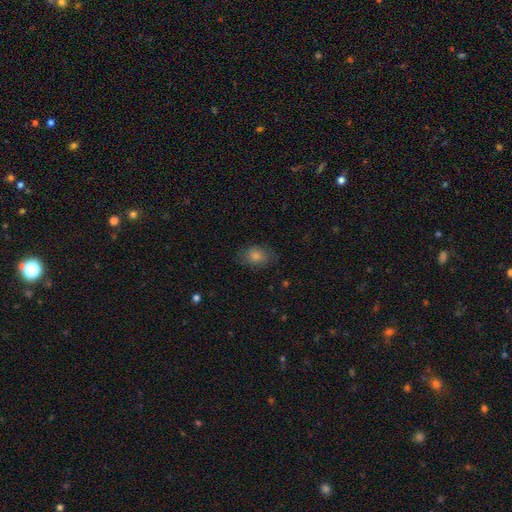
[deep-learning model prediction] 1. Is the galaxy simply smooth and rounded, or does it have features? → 75% smooth, 16% star or artifact, 10% featured or disk.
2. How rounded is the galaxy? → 70% in between, 29% round, 1% cigar-shaped.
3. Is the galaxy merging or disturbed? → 82% none, 13% minor disturbance, 4% major disturbance, 1% merger.